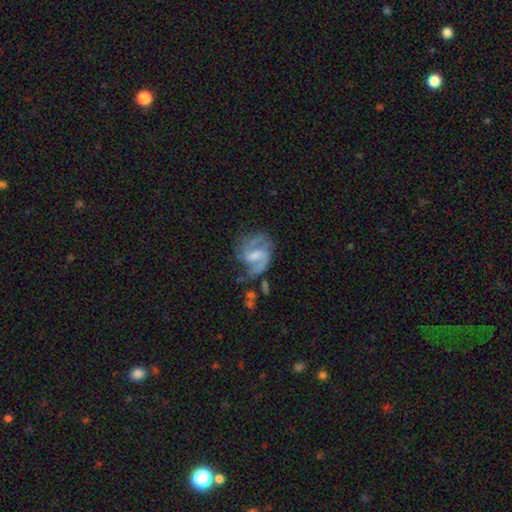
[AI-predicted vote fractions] featured or disk 84%, smooth 10%, star or artifact 6%. Down the decision tree: edge-on disk — no (98%); bar — weak (57%); spiral arms — yes (94%); spiral arm count — 2 (74%); spiral winding — medium (52%); bulge size — small (37%); merging — none (52%).